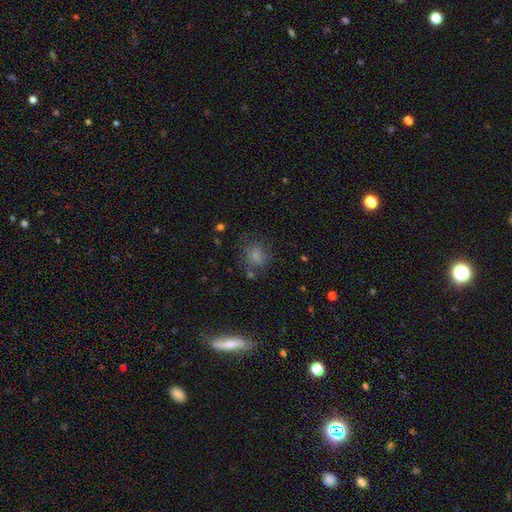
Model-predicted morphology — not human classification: A smooth galaxy with no disk features (70%) that is round (73%).

Vote fractions:
- Smooth or featured? smooth: 70% / featured or disk: 16% / star or artifact: 14%
- How rounded? round: 73% / in between: 26% / cigar-shaped: 1%
- Merging? none: 64% / minor disturbance: 19% / major disturbance: 11% / merger: 6%